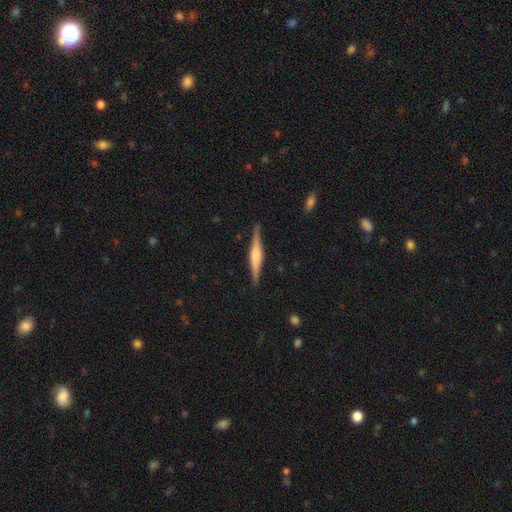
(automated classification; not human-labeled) smooth_or_featured: featured or disk (p=0.72) [alt: smooth p=0.22]
disk_edge_on: yes (p=0.98) [alt: no p=0.02]
edge_on_bulge: rounded (p=0.60) [alt: boxy p=0.33]
merging: none (p=0.89) [alt: minor disturbance p=0.08]